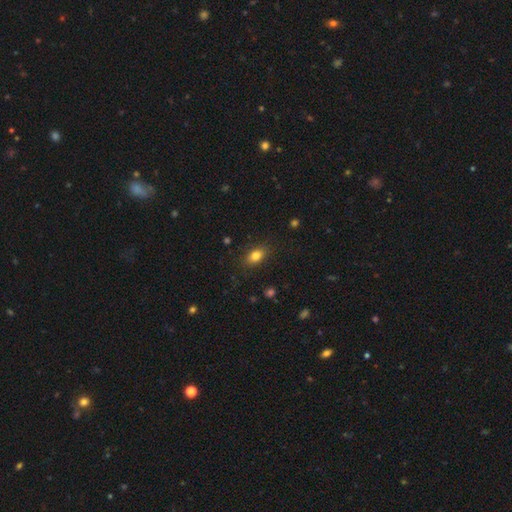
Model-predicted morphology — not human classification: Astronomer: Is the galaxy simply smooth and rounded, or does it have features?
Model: smooth — 82%.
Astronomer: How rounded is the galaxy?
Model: in between — 80%.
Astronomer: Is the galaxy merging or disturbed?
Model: none — 85%.